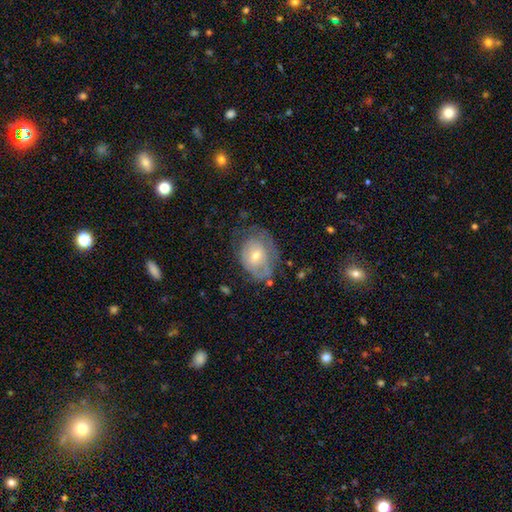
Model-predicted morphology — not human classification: Smooth or featured? Predicted: featured or disk (p=0.50). Merging? Predicted: none (p=0.50).